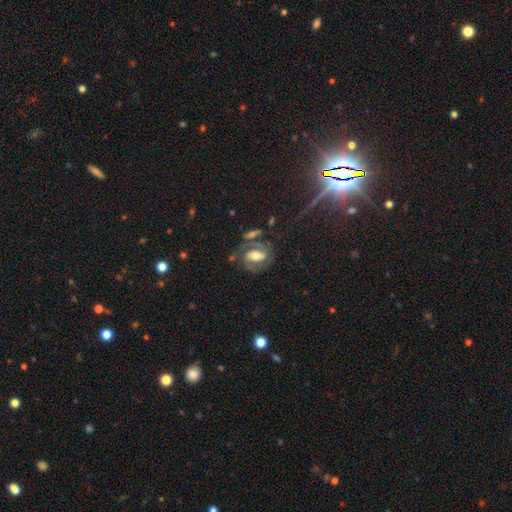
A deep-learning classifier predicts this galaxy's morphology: A featured or disk galaxy (63%) with a weak bar (36%), spiral arms (75%) and a moderate central bulge (64%).

Vote fractions:
- Smooth or featured? featured or disk: 63% / smooth: 27% / star or artifact: 10%
- Edge-on disk? no: 93% / yes: 7%
- Bar? weak: 36% / strong: 33% / no: 31%
- Spiral arms? yes: 75% / no: 25%
- Bulge size? moderate: 64% / large: 19% / small: 13% / dominant: 2% / none: 2%
- Merging? none: 58% / minor disturbance: 19% / major disturbance: 14% / merger: 10%